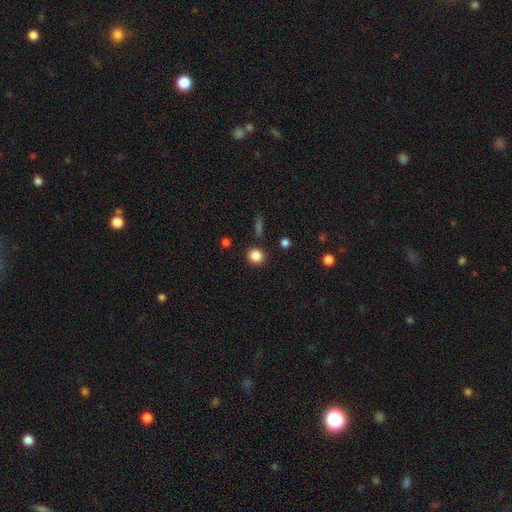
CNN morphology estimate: type=smooth (86%); roundness=round (86%); merging=none (88%).